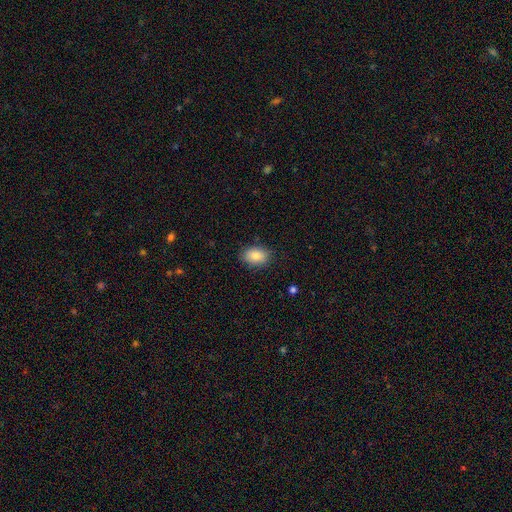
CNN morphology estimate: Smooth or featured? smooth (86%)
How rounded? in between (84%)
Merging? none (85%)